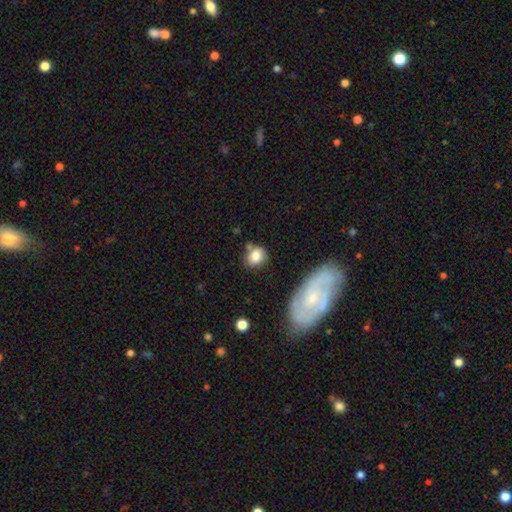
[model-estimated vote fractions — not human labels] Smooth or featured?
  - smooth: 80% *
  - featured or disk: 11%
  - star or artifact: 9%
How rounded?
  - round: 68% *
  - in between: 31%
  - cigar-shaped: 2%
Merging?
  - none: 63% *
  - minor disturbance: 19%
  - merger: 12%
  - major disturbance: 5%